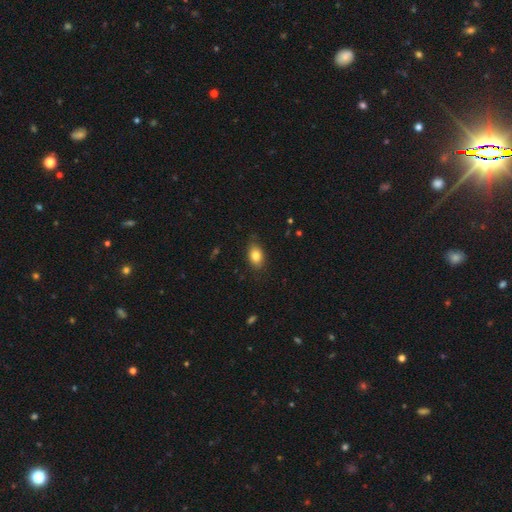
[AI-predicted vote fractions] A smooth galaxy with no disk features (82%) that is in between round and cigar-shaped (83%). Merging: none (82%).